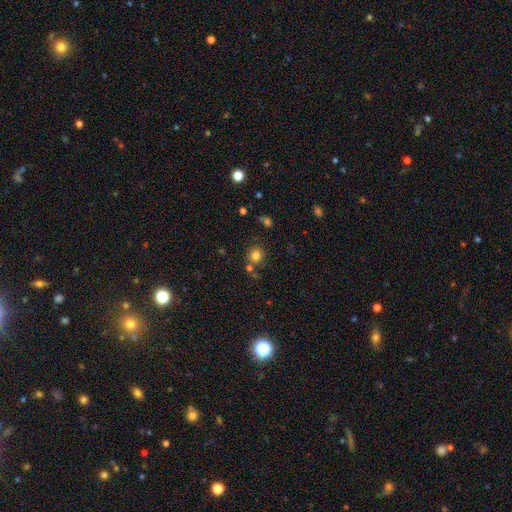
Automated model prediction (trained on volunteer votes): Smooth or featured? Predicted: smooth (p=0.80). How rounded? Predicted: round (p=0.86). Merging? Predicted: none (p=0.75).